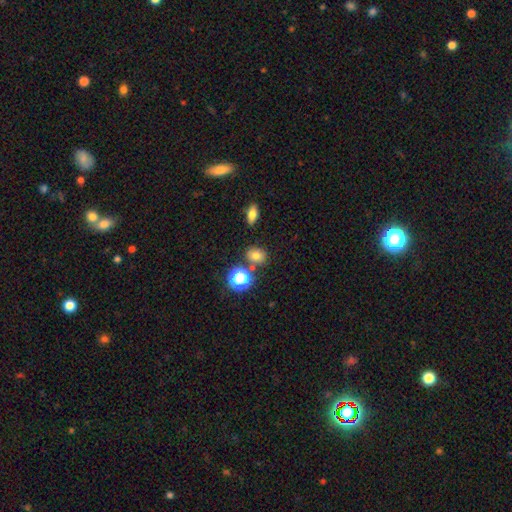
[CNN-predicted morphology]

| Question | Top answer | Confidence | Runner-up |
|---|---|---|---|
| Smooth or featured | smooth | 73% | star or artifact (19%) |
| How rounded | round | 52% | in between (47%) |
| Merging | none | 76% | minor disturbance (11%) |